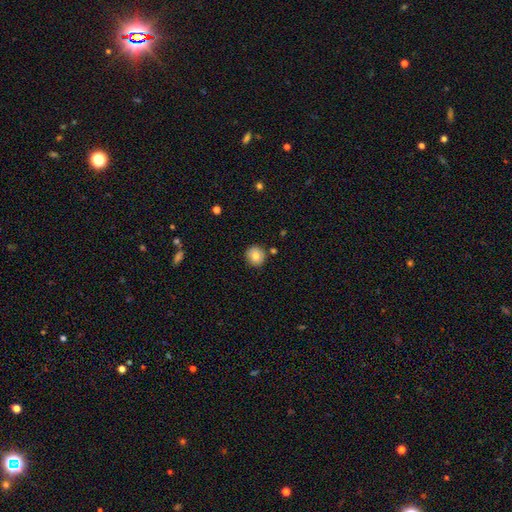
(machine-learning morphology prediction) Q: Smooth or featured?
A: smooth (82%); runner-up: featured or disk (10%)
Q: How rounded?
A: round (91%); runner-up: in between (8%)
Q: Merging?
A: none (87%); runner-up: minor disturbance (8%)